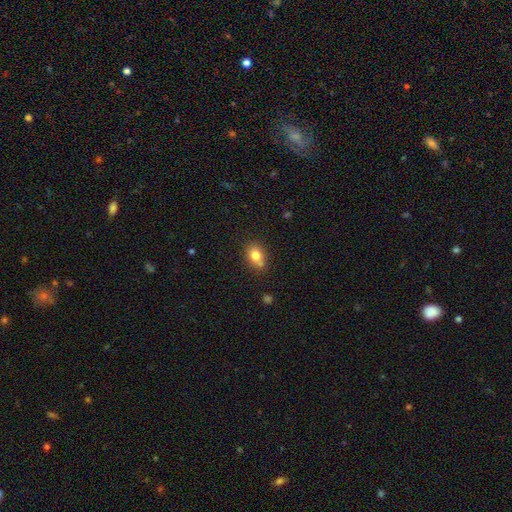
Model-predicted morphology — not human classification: A smooth galaxy with no disk features (77%) that is in between round and cigar-shaped (65%).

Vote fractions:
- Smooth or featured? smooth: 77% / featured or disk: 12% / star or artifact: 10%
- How rounded? in between: 65% / round: 33% / cigar-shaped: 2%
- Merging? none: 62% / merger: 17% / minor disturbance: 17% / major disturbance: 4%